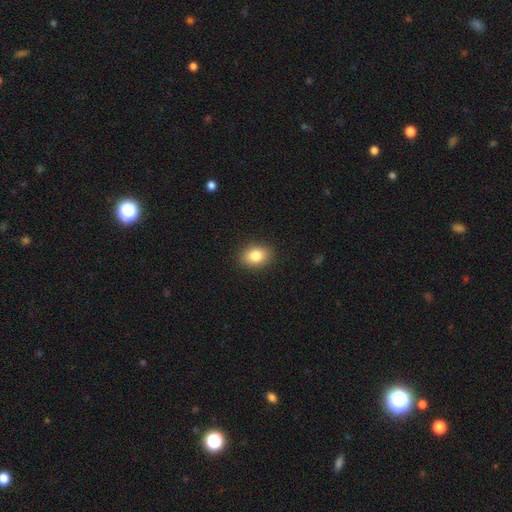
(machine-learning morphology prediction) Smooth or featured: smooth — 84% (star or artifact — 9%)
How rounded: in between — 70% (round — 29%)
Merging: none — 89% (minor disturbance — 8%)